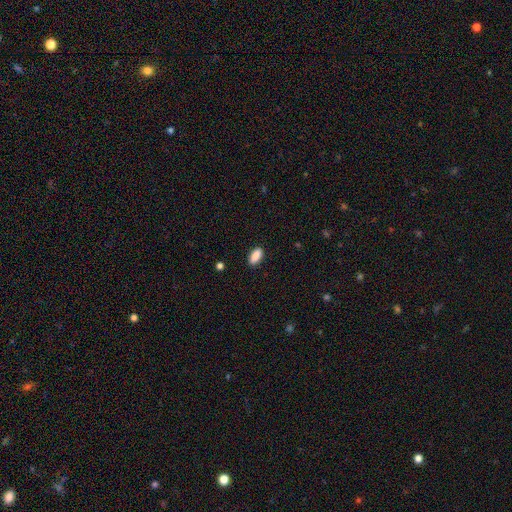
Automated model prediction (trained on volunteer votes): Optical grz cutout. It shows a smooth galaxy with no disk features (89%) that is in between round and cigar-shaped (87%). Merging: none (89%).